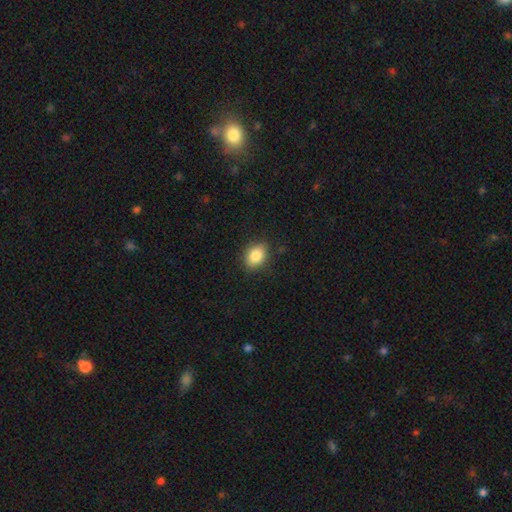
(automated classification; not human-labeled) Morphology: type=smooth (86%); roundness=in between (71%); merging=none (85%).